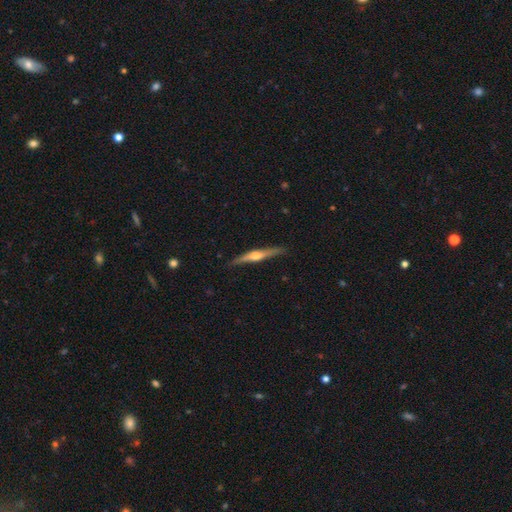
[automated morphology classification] A featured or disk galaxy (71%) viewed edge-on (98%) with a rounded central bulge (90%). Merging: none (87%).